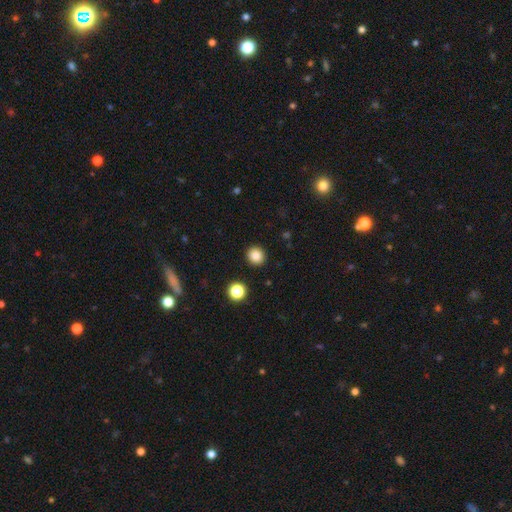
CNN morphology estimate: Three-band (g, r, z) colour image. It shows a smooth galaxy with no disk features (85%) that is round (89%). Merging: none (92%).